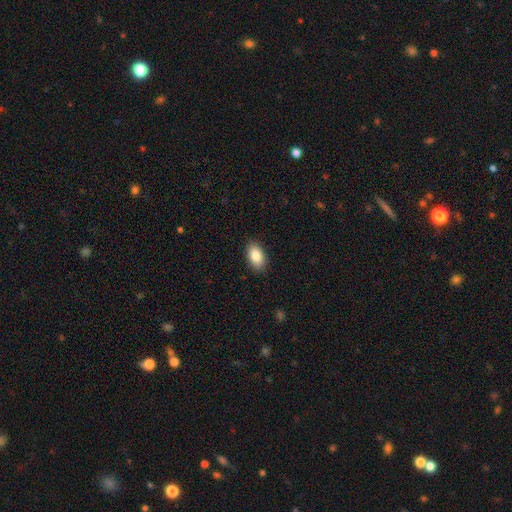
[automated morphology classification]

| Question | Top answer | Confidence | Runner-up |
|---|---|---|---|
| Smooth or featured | smooth | 85% | featured or disk (8%) |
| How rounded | in between | 93% | round (5%) |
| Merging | none | 89% | minor disturbance (8%) |